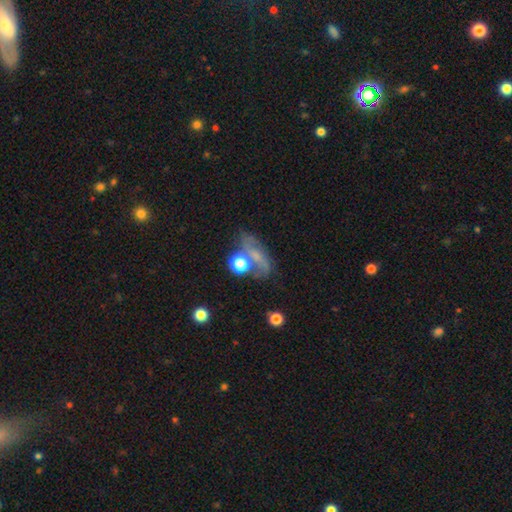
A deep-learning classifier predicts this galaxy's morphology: This appears to be a smooth galaxy with no disk features (42%). Merging: none (47%).